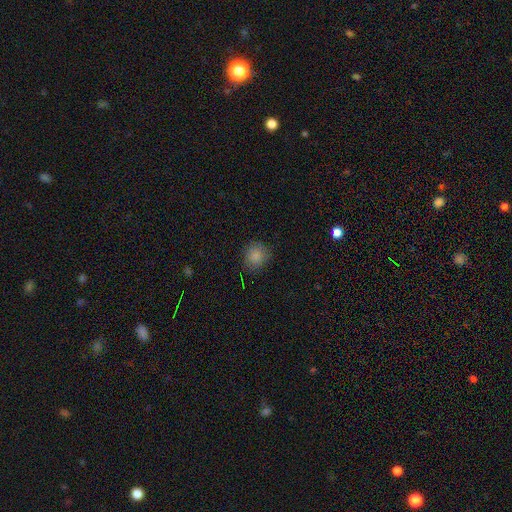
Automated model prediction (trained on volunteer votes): Smooth or featured?
  - smooth: 83% *
  - star or artifact: 11%
  - featured or disk: 6%
How rounded?
  - round: 82% *
  - in between: 17%
  - cigar-shaped: 1%
Merging?
  - none: 79% *
  - minor disturbance: 16%
  - major disturbance: 4%
  - merger: 1%